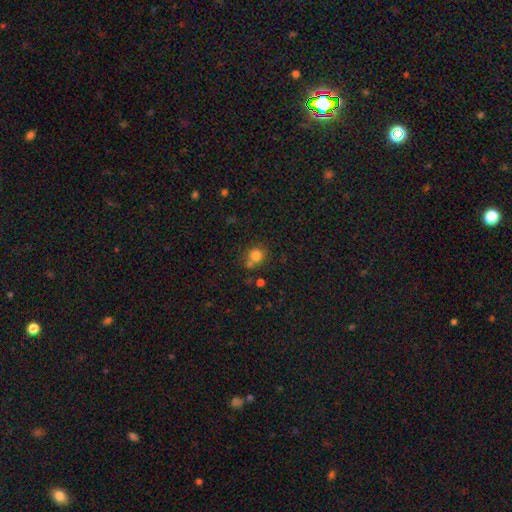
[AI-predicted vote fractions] A smooth galaxy with no disk features (80%) that is round (84%). Merging: none (62%).